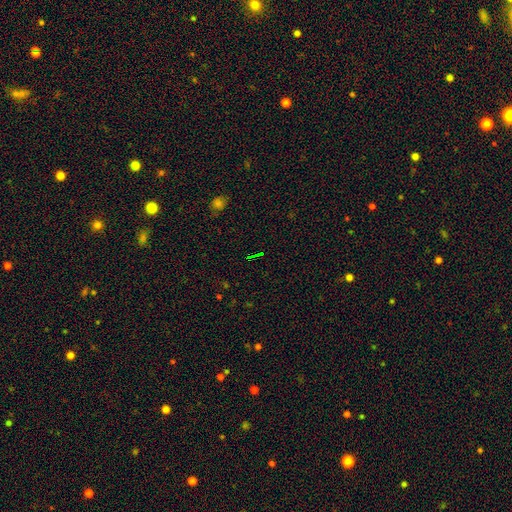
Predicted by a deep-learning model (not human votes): Smooth or featured: star or artifact — 71% (smooth — 18%)